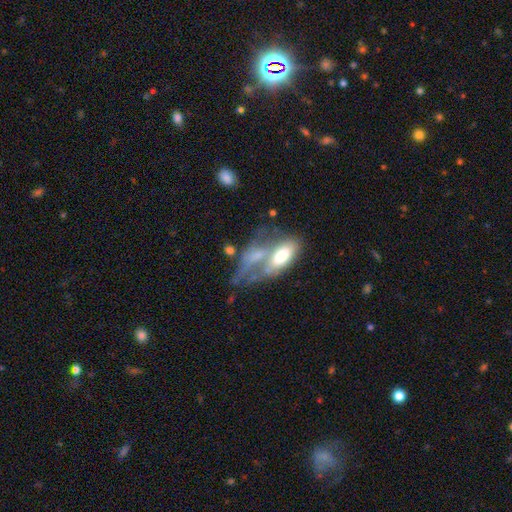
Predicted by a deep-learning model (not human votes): Overall: featured or disk (46%; smooth 45%). Merging: merger (46%; major disturbance 26%).